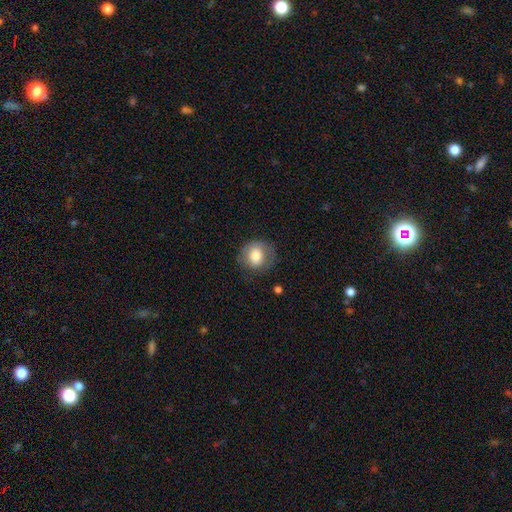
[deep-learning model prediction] Morphology: type=smooth (78%); roundness=round (79%); merging=none (75%).